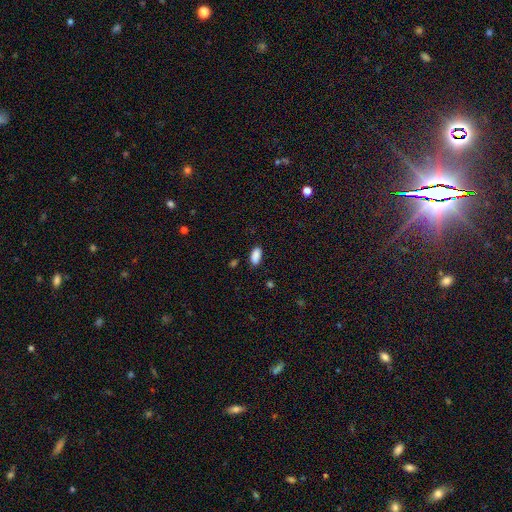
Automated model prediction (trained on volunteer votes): A smooth galaxy with no disk features (89%) that is in between round and cigar-shaped (91%). Merging: none (85%).